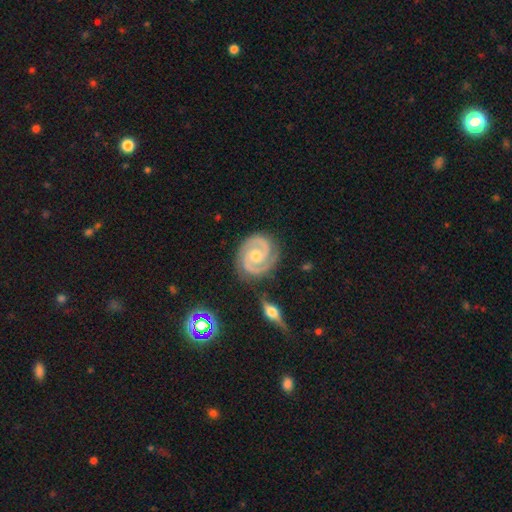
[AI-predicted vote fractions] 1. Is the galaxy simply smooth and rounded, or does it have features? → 91% featured or disk, 5% star or artifact, 4% smooth.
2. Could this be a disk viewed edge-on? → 97% no, 3% yes.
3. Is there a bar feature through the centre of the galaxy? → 66% no, 25% weak, 9% strong.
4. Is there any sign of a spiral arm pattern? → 98% yes, 2% no.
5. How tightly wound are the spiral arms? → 64% tight, 32% medium, 4% loose.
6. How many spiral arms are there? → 92% 2, 2% 3, 2% can't tell, 1% 1, 1% 4, 1% more than 4.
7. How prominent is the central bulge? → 62% moderate, 33% small, 2% large, 1% none, 1% dominant.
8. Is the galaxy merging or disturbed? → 82% none, 12% minor disturbance, 3% major disturbance, 3% merger.